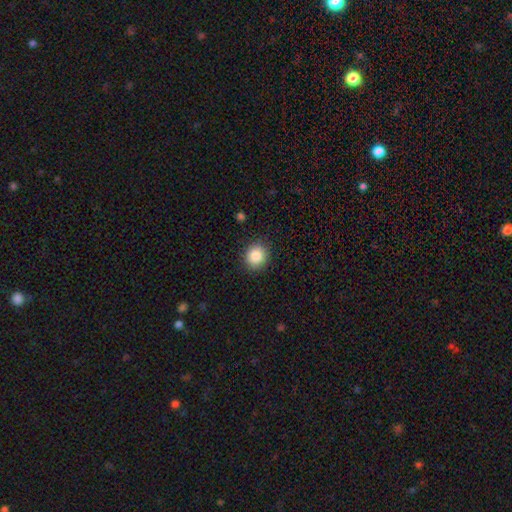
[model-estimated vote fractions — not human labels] Overall: smooth (87%). How rounded: round (82%). Merging: none (89%).